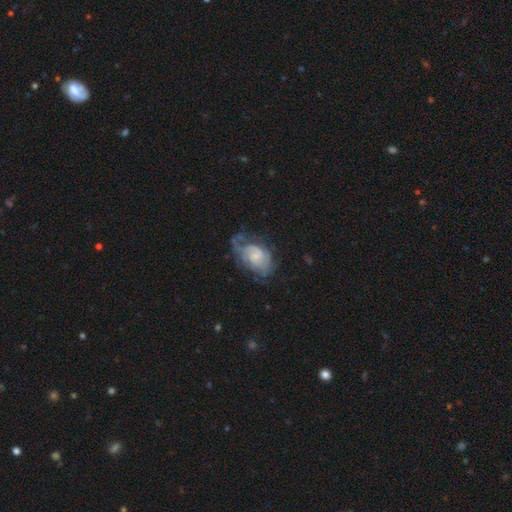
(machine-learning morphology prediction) The model was most divided on "spiral winding" (2-way tie): tight: 39%, medium: 39%, loose: 22%. Remaining: edge-on disk — no (97%); spiral arms — yes (84%); smooth or featured — featured or disk (68%); bar — no (58%); bulge size — small (52%); spiral arm count — 2 (41%); merging — none (40%).